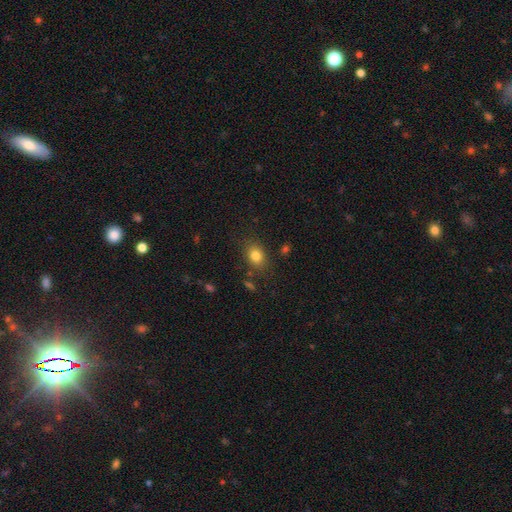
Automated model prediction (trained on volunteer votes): A smooth galaxy with no disk features (81%) that is in between round and cigar-shaped (63%). Merging: none (80%).